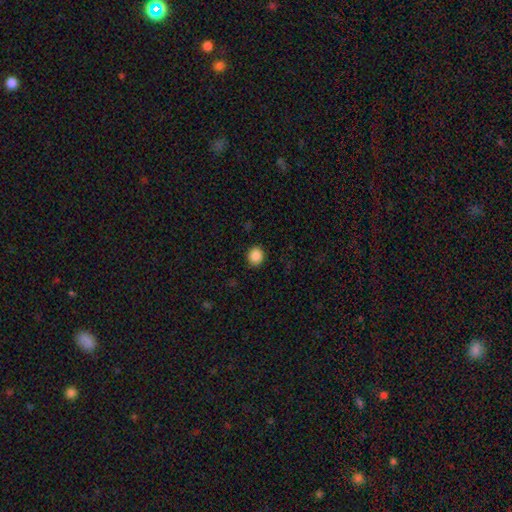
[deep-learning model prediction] Overall: smooth (88%). How rounded: round (79%). Merging: none (91%).